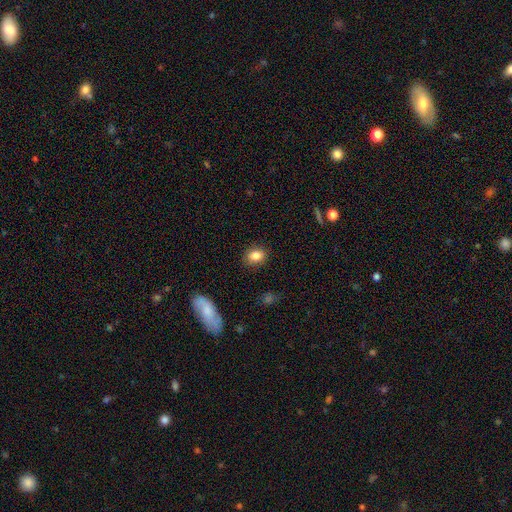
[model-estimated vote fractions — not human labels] smooth_or_featured: smooth (p=0.84) [alt: star or artifact p=0.09]
how_rounded: in between (p=0.66) [alt: round p=0.33]
merging: none (p=0.85) [alt: minor disturbance p=0.11]